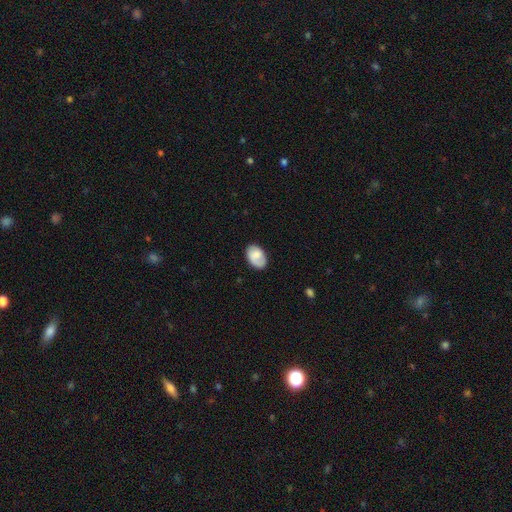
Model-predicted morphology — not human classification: A smooth galaxy with no disk features (70%) that is in between round and cigar-shaped (87%).

Vote fractions:
- Smooth or featured? smooth: 70% / featured or disk: 23% / star or artifact: 7%
- How rounded? in between: 87% / round: 12% / cigar-shaped: 1%
- Merging? none: 71% / minor disturbance: 21% / major disturbance: 6% / merger: 2%